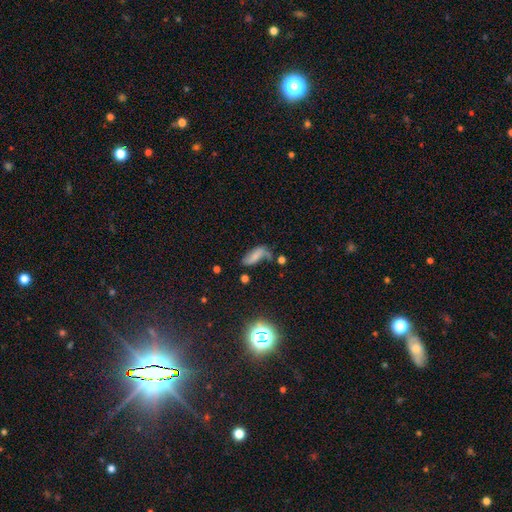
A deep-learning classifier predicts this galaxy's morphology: smooth_or_featured: smooth (p=0.54) [alt: featured or disk p=0.32]
how_rounded: in between (p=0.68) [alt: cigar-shaped p=0.28]
merging: none (p=0.38) [alt: minor disturbance p=0.28]